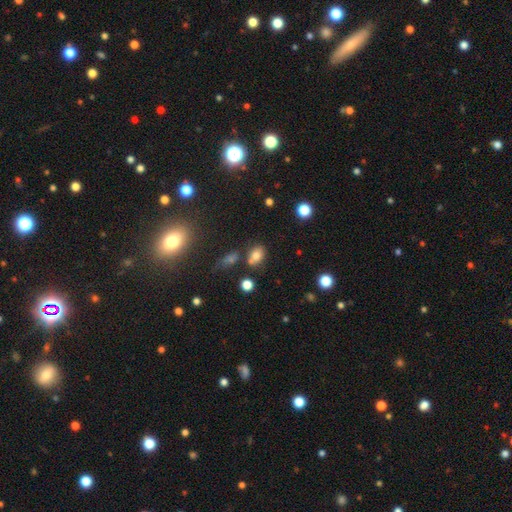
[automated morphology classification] Smooth or featured? smooth (75%)
How rounded? in between (71%)
Merging? none (61%)